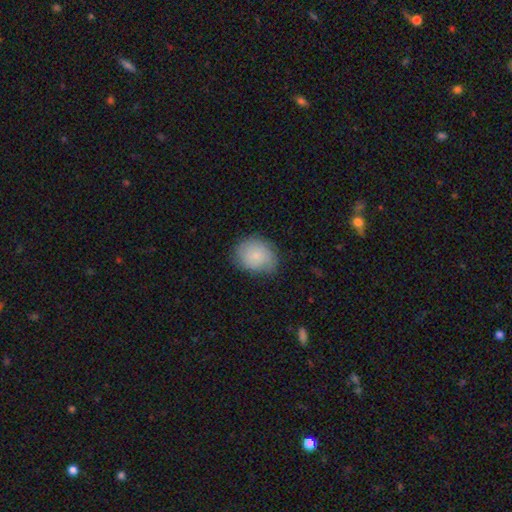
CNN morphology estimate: Smooth or featured? smooth (71%)
How rounded? round (53%)
Merging? none (70%)